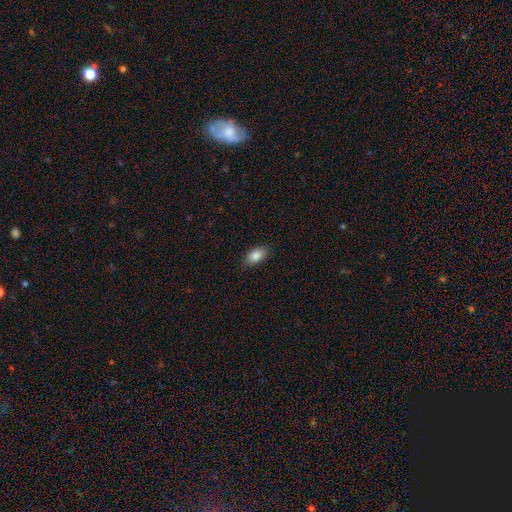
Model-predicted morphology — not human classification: Smooth or featured?
  - smooth: 85% *
  - featured or disk: 8%
  - star or artifact: 7%
How rounded?
  - in between: 90% *
  - round: 6%
  - cigar-shaped: 4%
Merging?
  - none: 85% *
  - minor disturbance: 12%
  - major disturbance: 2%
  - merger: 1%